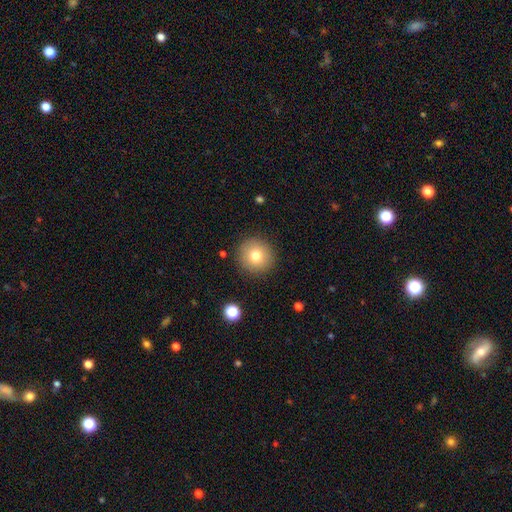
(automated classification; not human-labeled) Smooth or featured? smooth (75%)
How rounded? round (95%)
Merging? none (90%)